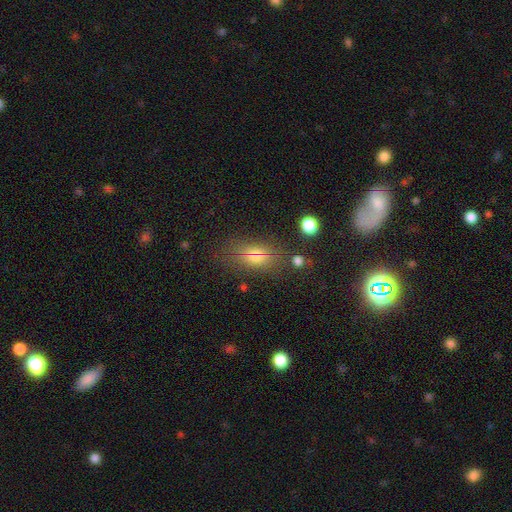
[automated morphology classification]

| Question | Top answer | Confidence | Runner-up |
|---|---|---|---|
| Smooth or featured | smooth | 58% | star or artifact (24%) |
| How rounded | in between | 78% | round (12%) |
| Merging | none | 75% | minor disturbance (14%) |